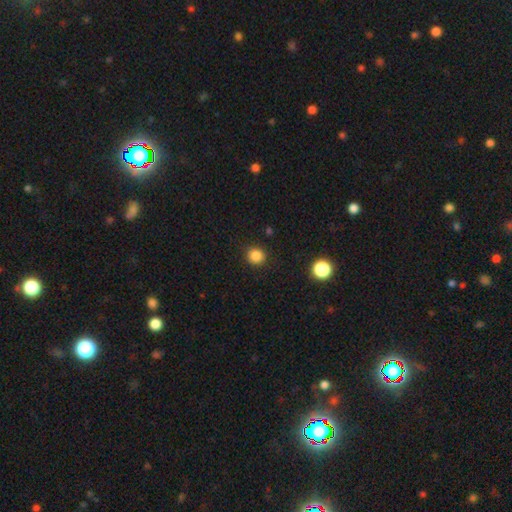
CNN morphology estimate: Smooth or featured?
  - smooth: 85% *
  - star or artifact: 11%
  - featured or disk: 3%
How rounded?
  - round: 90% *
  - in between: 9%
  - cigar-shaped: 1%
Merging?
  - none: 90% *
  - minor disturbance: 7%
  - major disturbance: 2%
  - merger: 1%